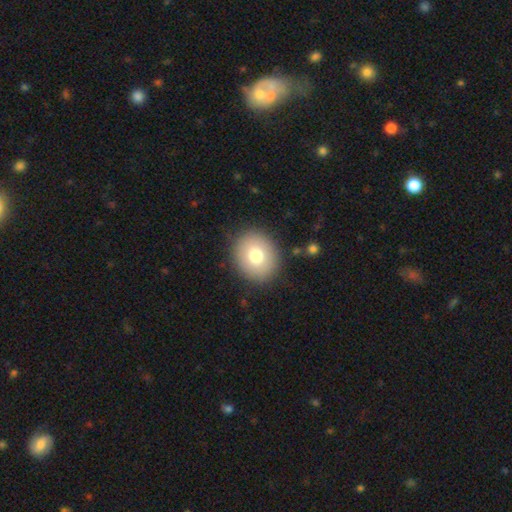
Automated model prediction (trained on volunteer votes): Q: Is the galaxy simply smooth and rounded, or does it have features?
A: smooth — 75%.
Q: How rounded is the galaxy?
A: round — 70%.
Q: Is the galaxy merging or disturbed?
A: none — 89%.